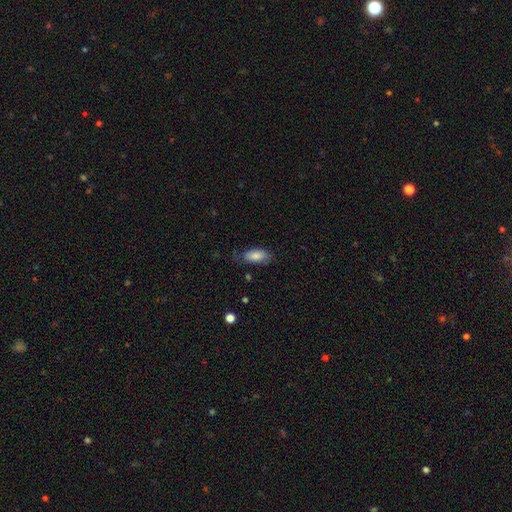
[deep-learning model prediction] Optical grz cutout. It shows a smooth galaxy with no disk features (81%) that is in between round and cigar-shaped (89%). Merging: none (67%).